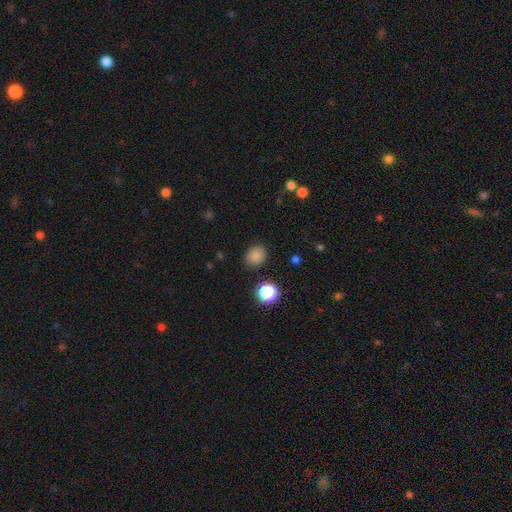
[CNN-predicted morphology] This appears to be a smooth galaxy with no disk features (82%) that is round (53%). Merging: none (85%).